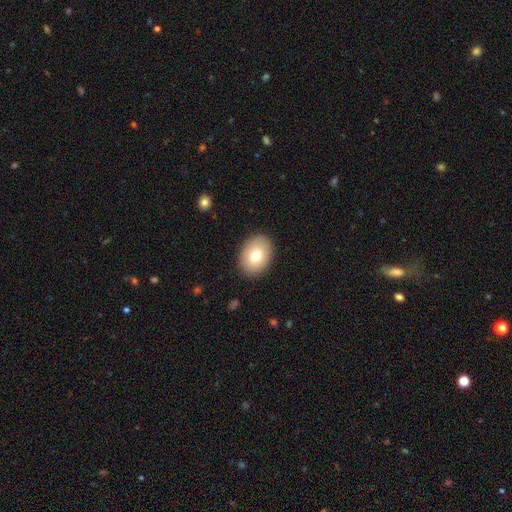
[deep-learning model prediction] Smooth or featured? smooth (75%)
How rounded? in between (70%)
Merging? none (88%)